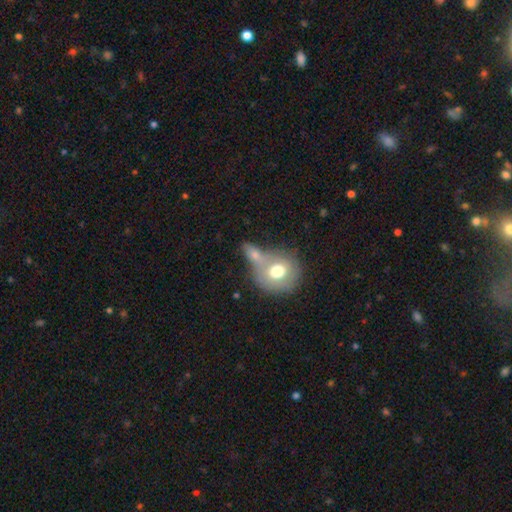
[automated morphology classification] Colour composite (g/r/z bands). It shows a smooth galaxy with no disk features (68%) that is round (48%). Merging: merger (51%).